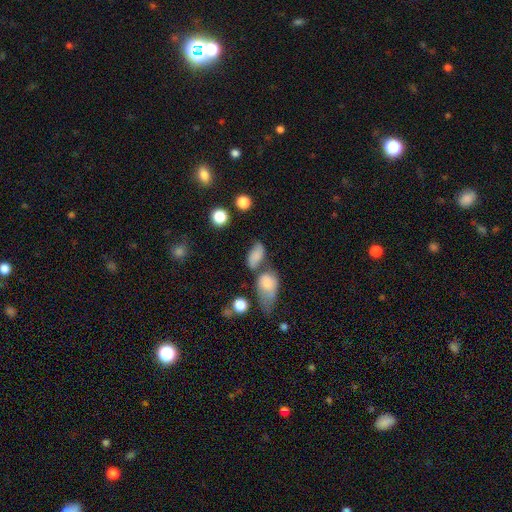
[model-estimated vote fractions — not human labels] This appears to be a smooth galaxy with no disk features (75%) that is in between round and cigar-shaped (87%). Merging: none (37%).